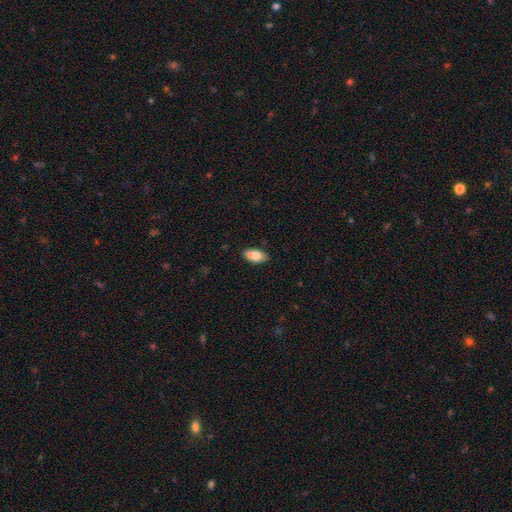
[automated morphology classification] Smooth or featured? smooth (75%)
How rounded? in between (90%)
Merging? none (71%)